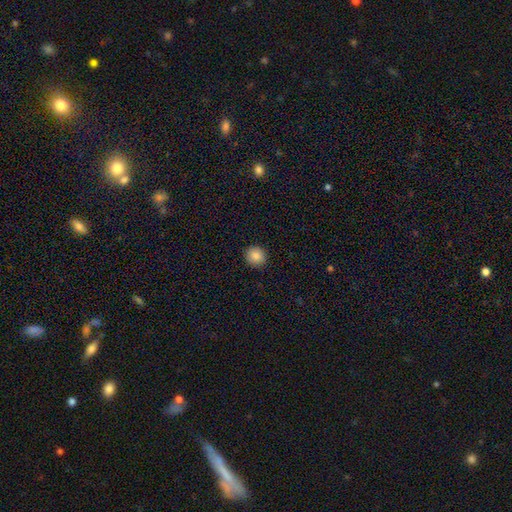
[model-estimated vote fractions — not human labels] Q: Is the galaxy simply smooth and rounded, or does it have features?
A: smooth — 86%.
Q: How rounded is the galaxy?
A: round — 92%.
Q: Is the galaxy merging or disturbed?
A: none — 92%.